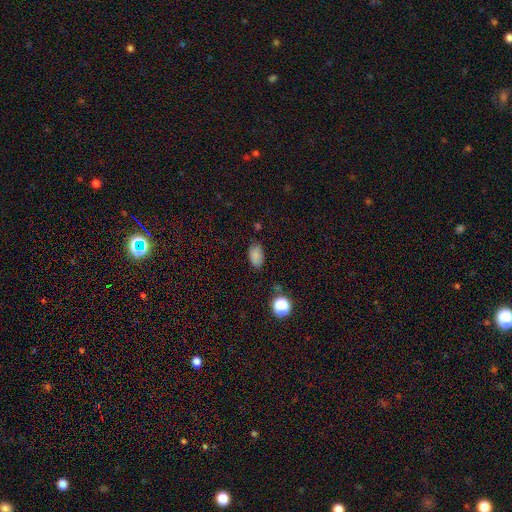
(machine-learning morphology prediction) Smooth or featured: smooth — 82% (star or artifact — 12%)
How rounded: in between — 89% (round — 9%)
Merging: none — 76% (minor disturbance — 18%)